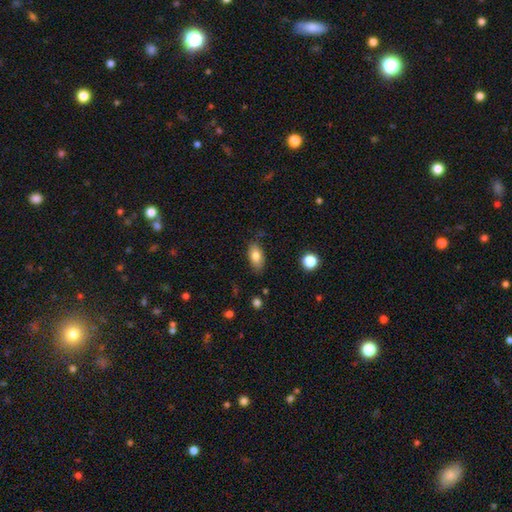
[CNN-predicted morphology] A smooth galaxy with no disk features (79%) that is in between round and cigar-shaped (90%). Merging: none (79%).